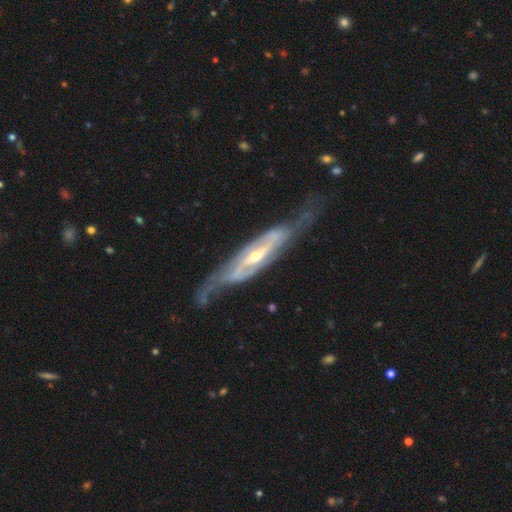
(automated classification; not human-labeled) The model was most divided on "bulge size" (2-way tie): small: 48%, moderate: 48%, large: 2%, none: 1%, dominant: 1%. Remaining: spiral arms — yes (92%); smooth or featured — featured or disk (88%); spiral arm count — 2 (81%); edge-on disk — no (72%); merging — none (65%); bar — strong (49%); spiral winding — medium (43%).